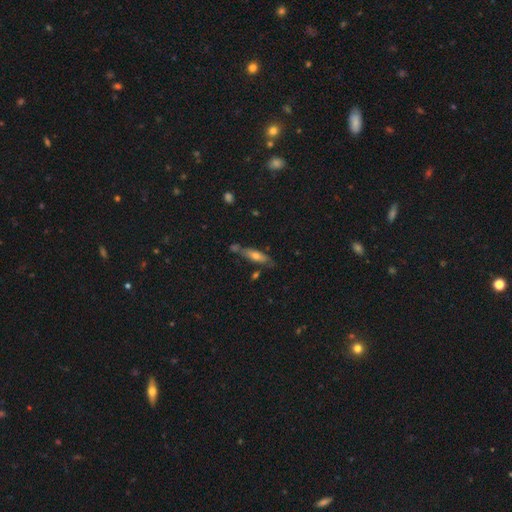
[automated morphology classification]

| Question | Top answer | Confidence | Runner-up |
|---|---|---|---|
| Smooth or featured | smooth | 57% | featured or disk (35%) |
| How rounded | cigar-shaped | 60% | in between (38%) |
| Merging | none | 64% | minor disturbance (19%) |